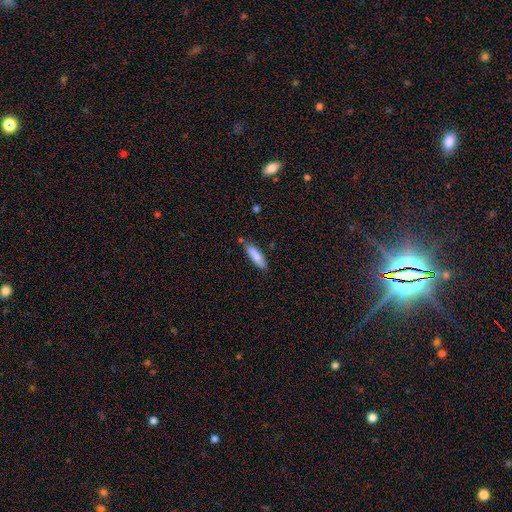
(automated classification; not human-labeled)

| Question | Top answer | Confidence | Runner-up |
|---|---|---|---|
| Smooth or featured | smooth | 84% | featured or disk (10%) |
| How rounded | cigar-shaped | 63% | in between (36%) |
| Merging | none | 79% | minor disturbance (15%) |